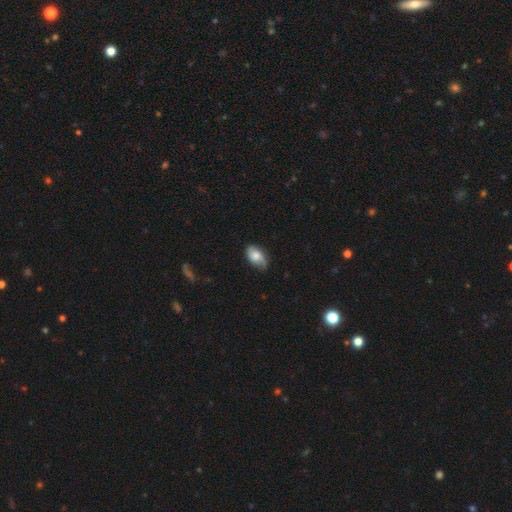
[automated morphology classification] The model was most divided on "merging": none: 65%, minor disturbance: 29%, major disturbance: 5%, merger: 1%. More confident: how rounded — in between (92%); smooth or featured — smooth (70%).